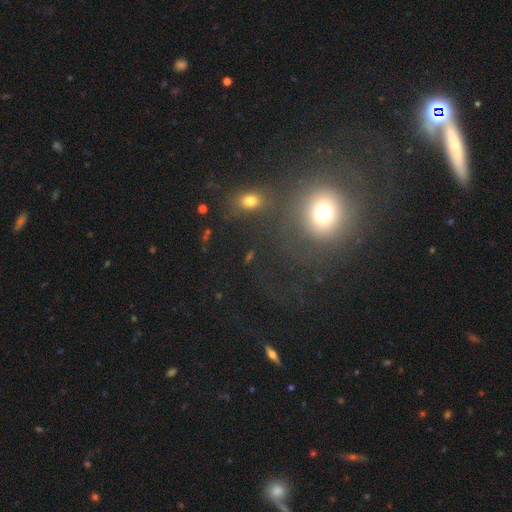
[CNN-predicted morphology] This appears to be a smooth galaxy with no disk features (53%) that is round (75%). Merging: none (65%).